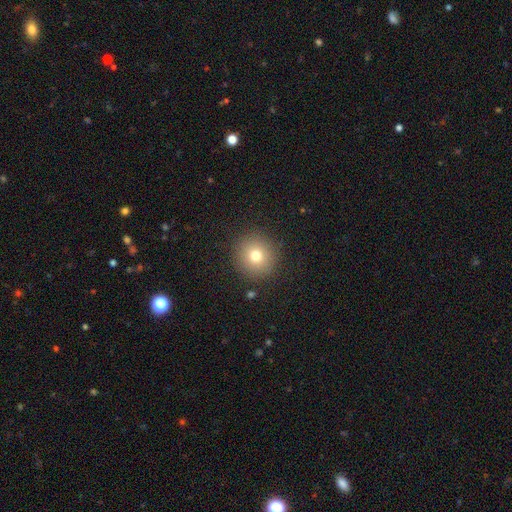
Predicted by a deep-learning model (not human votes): smooth_or_featured: smooth (p=0.75) [alt: star or artifact p=0.14]
how_rounded: round (p=0.94) [alt: in between p=0.05]
merging: none (p=0.90) [alt: minor disturbance p=0.06]